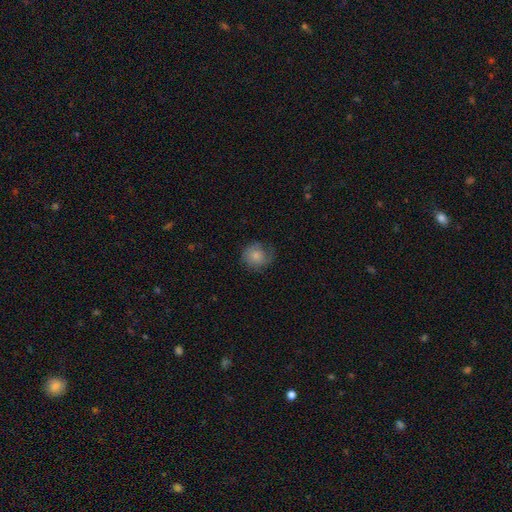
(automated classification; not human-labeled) smooth 69%, featured or disk 23%, star or artifact 8%. Down the decision tree: how rounded — round (85%); merging — none (64%).